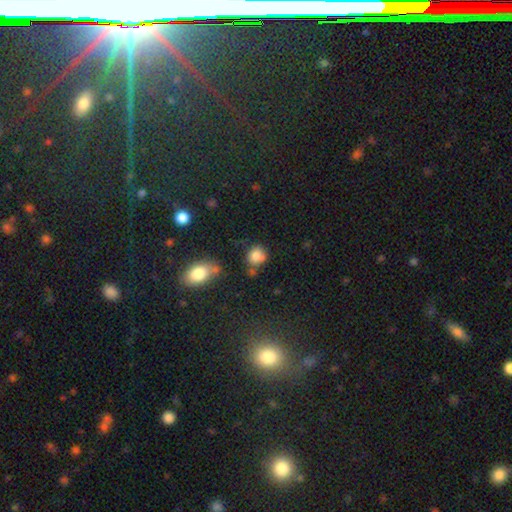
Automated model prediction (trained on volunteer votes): smooth_or_featured: smooth (p=0.81) [alt: star or artifact p=0.11]
how_rounded: round (p=0.71) [alt: in between p=0.28]
merging: none (p=0.61) [alt: minor disturbance p=0.22]